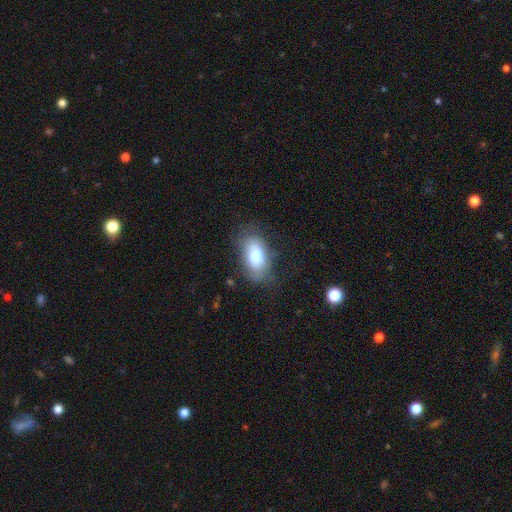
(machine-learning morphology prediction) Smooth or featured: smooth — 76% (featured or disk — 16%)
How rounded: in between — 91% (round — 6%)
Merging: none — 68% (minor disturbance — 21%)